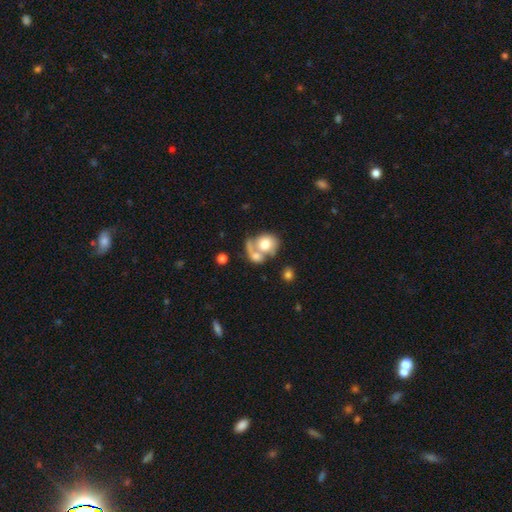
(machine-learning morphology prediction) Smooth or featured?
  - smooth: 63% *
  - featured or disk: 29%
  - star or artifact: 8%
How rounded?
  - round: 62% *
  - in between: 37%
  - cigar-shaped: 2%
Merging?
  - merger: 64% *
  - none: 18%
  - major disturbance: 11%
  - minor disturbance: 8%